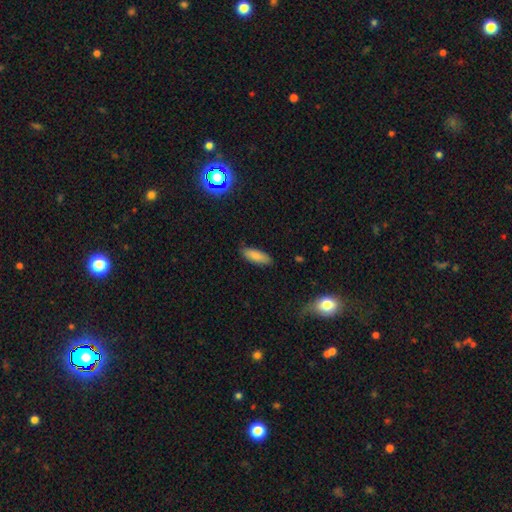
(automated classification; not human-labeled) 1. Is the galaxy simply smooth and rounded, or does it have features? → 84% smooth, 9% featured or disk, 7% star or artifact.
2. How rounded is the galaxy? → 67% in between, 31% cigar-shaped, 2% round.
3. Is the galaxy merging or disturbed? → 84% none, 12% minor disturbance, 2% major disturbance, 1% merger.